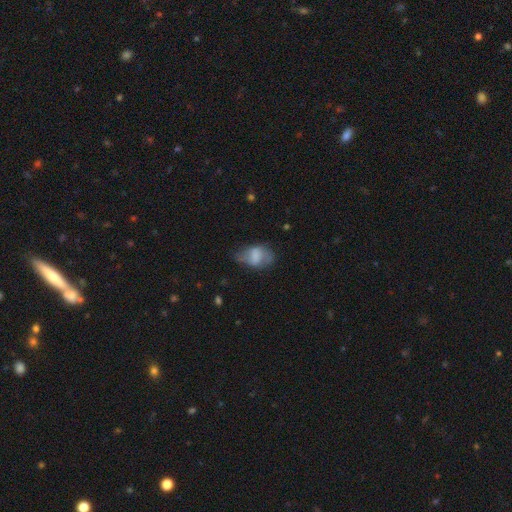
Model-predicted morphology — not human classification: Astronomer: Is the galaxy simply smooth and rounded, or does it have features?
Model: smooth — 64%.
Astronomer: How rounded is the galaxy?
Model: in between — 84%.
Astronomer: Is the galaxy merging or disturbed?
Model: none — 43% (runner-up: minor disturbance, 33%).